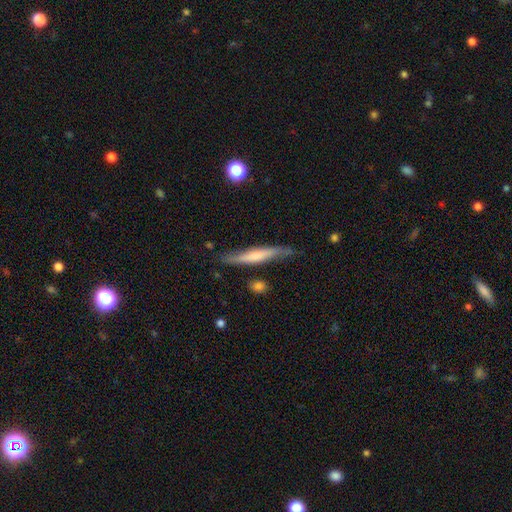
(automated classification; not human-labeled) smooth-or-featured: featured or disk: 48% | smooth: 47% | star or artifact: 5%
  merging: none: 76% | minor disturbance: 18% | major disturbance: 4% | merger: 3%